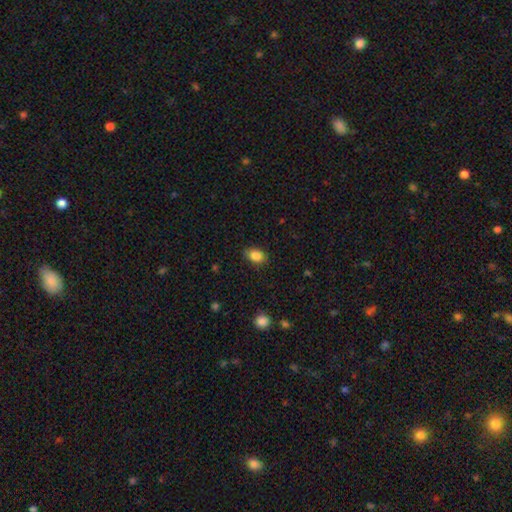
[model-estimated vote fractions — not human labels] This is clearly a smooth galaxy (86%). How rounded: likely in between (78%). Merging: clearly none (84%).